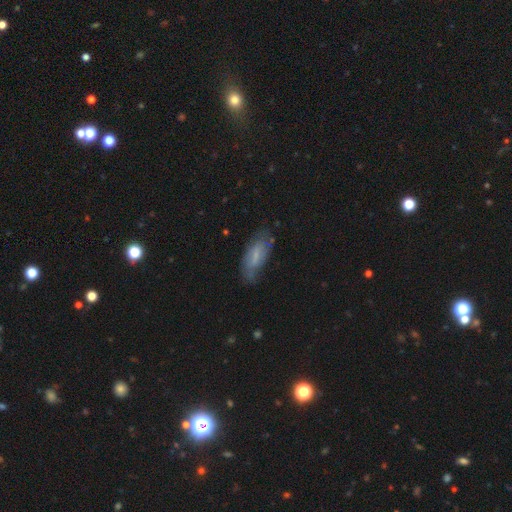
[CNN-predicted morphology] Smooth or featured? smooth (54%)
How rounded? in between (74%)
Merging? none (64%)